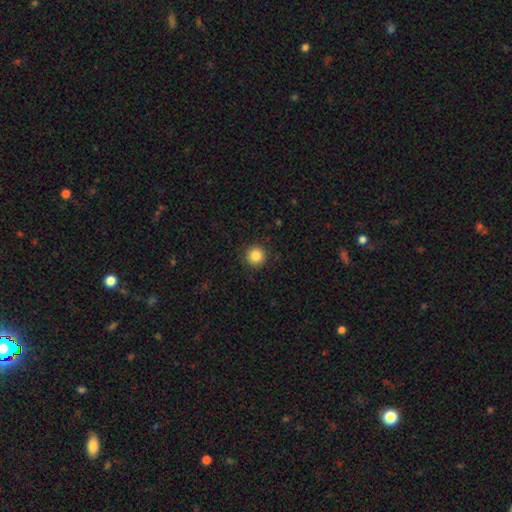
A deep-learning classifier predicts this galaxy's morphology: Smooth or featured? smooth (85%)
How rounded? round (96%)
Merging? none (92%)